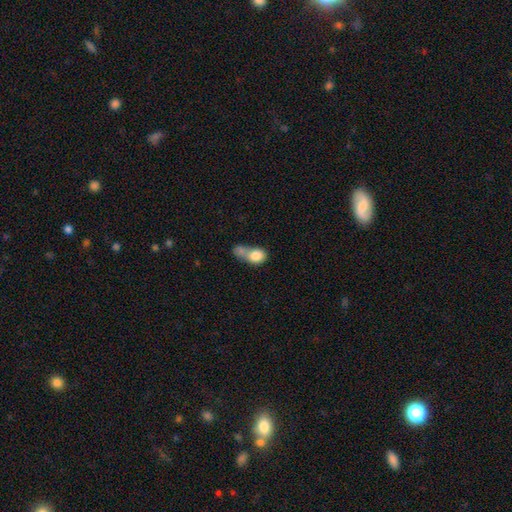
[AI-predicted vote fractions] Smooth or featured? smooth (78%)
How rounded? in between (51%)
Merging? merger (63%)